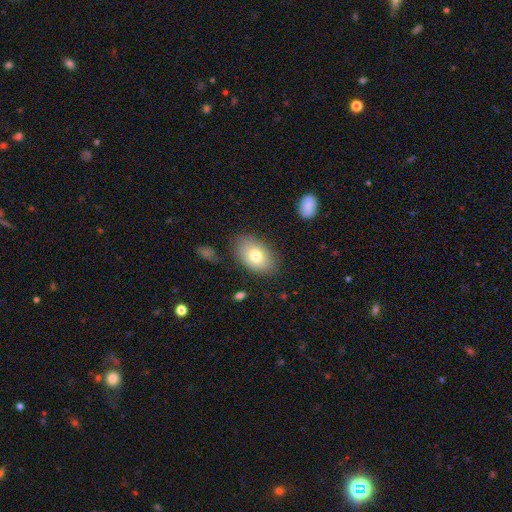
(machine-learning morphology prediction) This is likely a smooth galaxy (75%). How rounded: clearly in between (88%). Merging: likely none (80%).